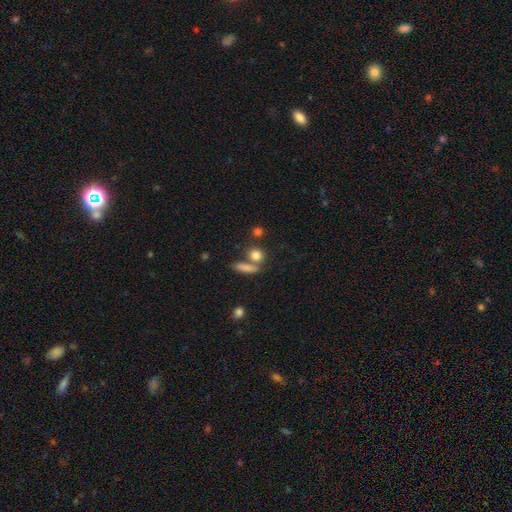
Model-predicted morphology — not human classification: smooth-or-featured: smooth: 81% | star or artifact: 11% | featured or disk: 9%
  how-rounded: round: 63% | in between: 27% | cigar-shaped: 10%
  merging: none: 58% | merger: 27% | minor disturbance: 10% | major disturbance: 5%